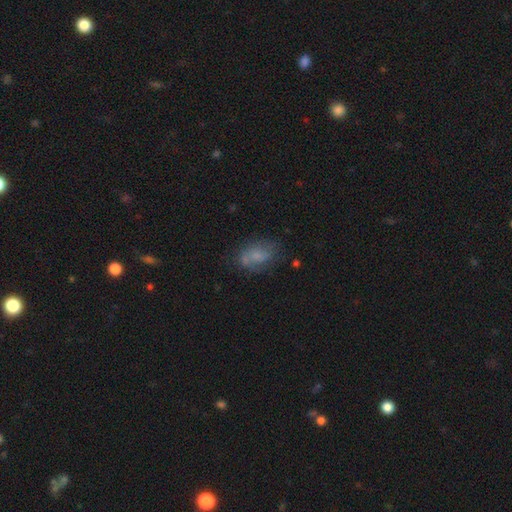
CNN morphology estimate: Smooth or featured? Predicted: smooth (p=0.61). How rounded? Predicted: in between (p=0.84). Merging? Predicted: none (p=0.56).